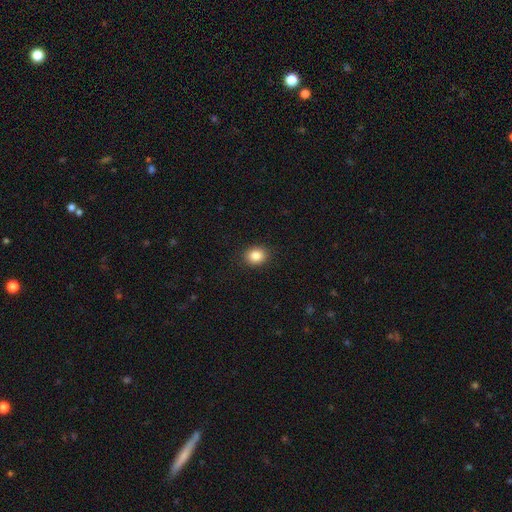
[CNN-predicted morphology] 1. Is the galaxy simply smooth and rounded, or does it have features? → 86% smooth, 10% star or artifact, 5% featured or disk.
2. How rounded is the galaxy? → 58% round, 41% in between, 1% cigar-shaped.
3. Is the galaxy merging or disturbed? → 90% none, 7% minor disturbance, 2% major disturbance, 1% merger.